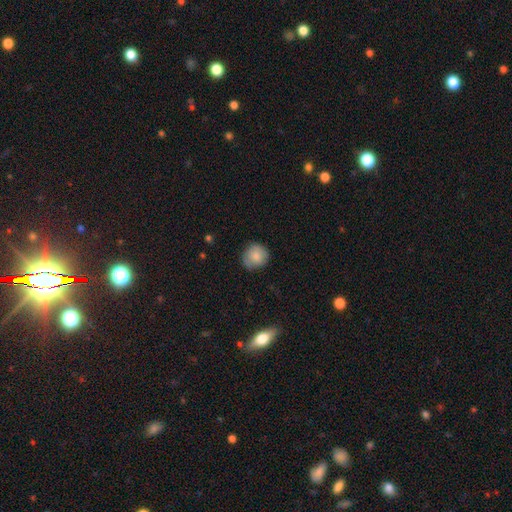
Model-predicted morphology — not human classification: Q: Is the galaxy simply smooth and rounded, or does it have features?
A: smooth — 82%.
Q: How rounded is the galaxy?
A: round — 88%.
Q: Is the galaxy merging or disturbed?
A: none — 77%.